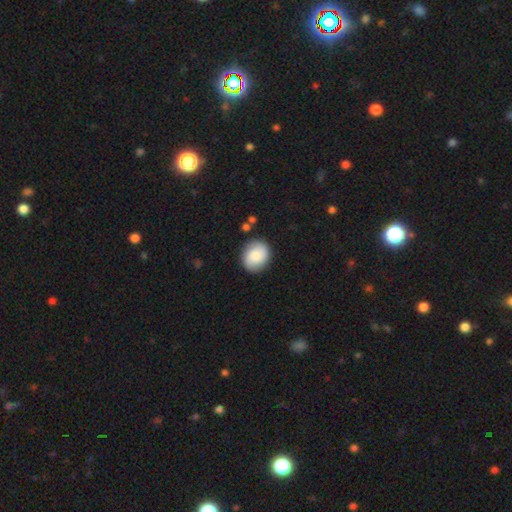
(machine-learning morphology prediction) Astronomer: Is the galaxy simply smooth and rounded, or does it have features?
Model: smooth — 74%.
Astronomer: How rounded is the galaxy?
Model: round — 74%.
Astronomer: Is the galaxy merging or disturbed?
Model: none — 85%.